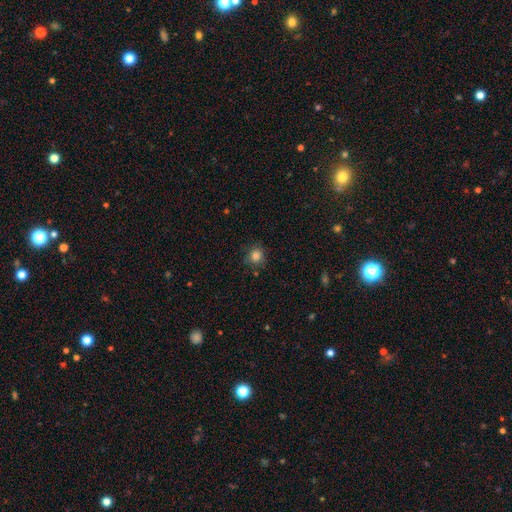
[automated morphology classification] type=smooth (83%); roundness=round (87%); merging=none (79%).